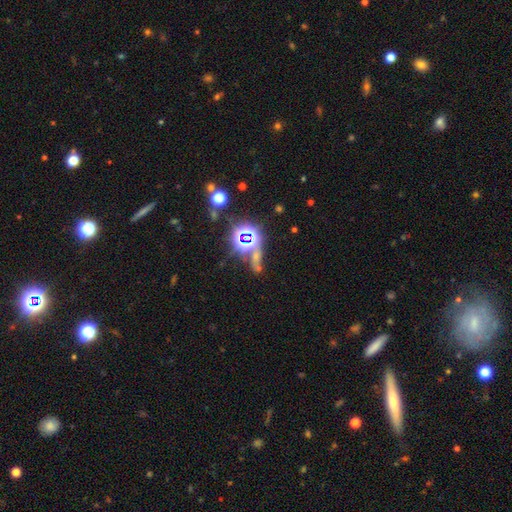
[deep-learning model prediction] This is likely a star or artifact rather than a galaxy (61%).